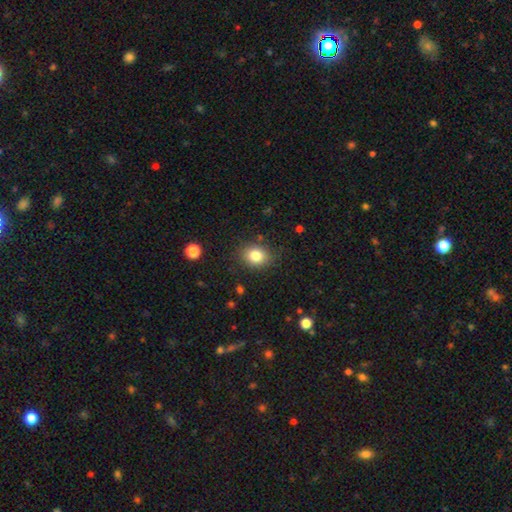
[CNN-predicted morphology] Overall: smooth (82%). How rounded: round (54%; in between 45%). Merging: none (85%).